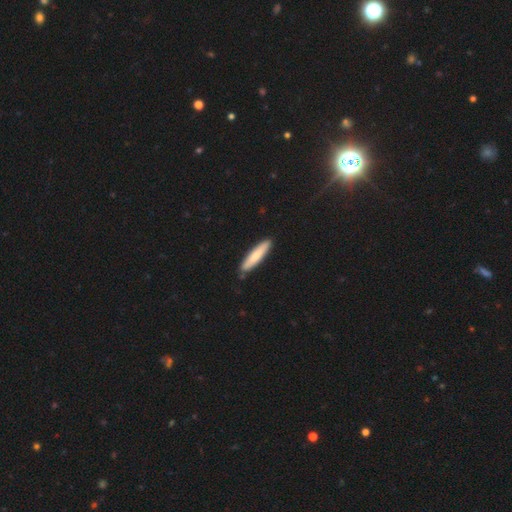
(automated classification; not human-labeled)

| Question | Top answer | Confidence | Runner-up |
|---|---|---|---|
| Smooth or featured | smooth | 76% | featured or disk (20%) |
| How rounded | cigar-shaped | 86% | in between (13%) |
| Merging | none | 87% | minor disturbance (9%) |